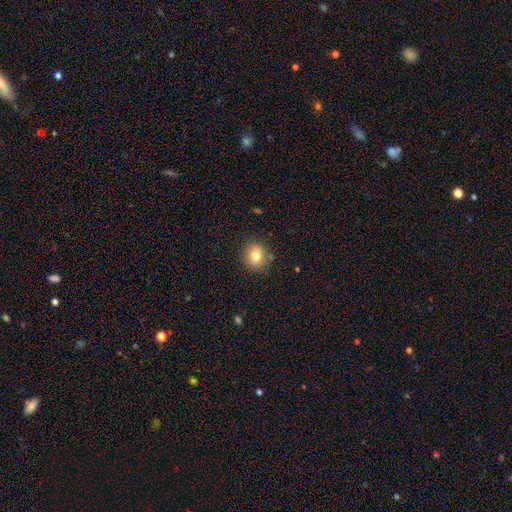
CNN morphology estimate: Q: Smooth or featured?
A: smooth (79%); runner-up: star or artifact (11%)
Q: How rounded?
A: round (82%); runner-up: in between (17%)
Q: Merging?
A: none (86%); runner-up: minor disturbance (10%)